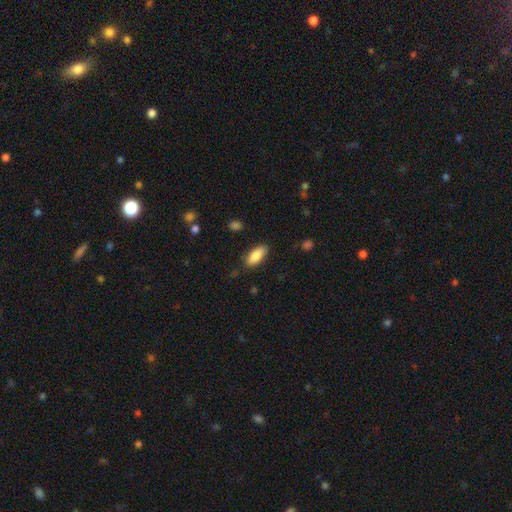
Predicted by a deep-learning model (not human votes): Smooth or featured? smooth (86%)
How rounded? in between (86%)
Merging? none (83%)